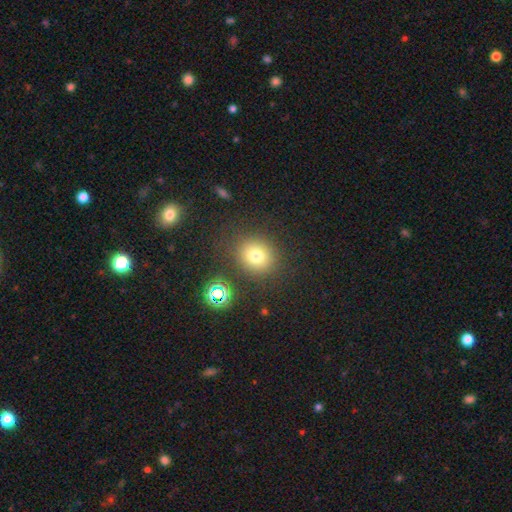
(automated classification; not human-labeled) smooth_or_featured: smooth (p=0.73) [alt: star or artifact p=0.18]
how_rounded: round (p=0.78) [alt: in between p=0.21]
merging: none (p=0.82) [alt: minor disturbance p=0.09]